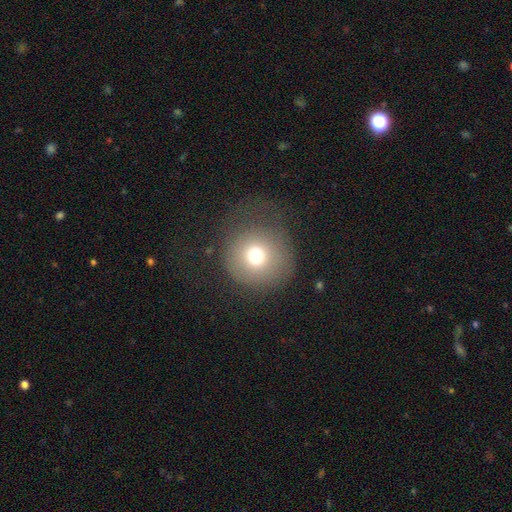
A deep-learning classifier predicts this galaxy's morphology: smooth-or-featured: smooth: 71% | star or artifact: 14% | featured or disk: 14%
  how-rounded: round: 94% | in between: 5% | cigar-shaped: 1%
  merging: none: 67% | major disturbance: 16% | minor disturbance: 15% | merger: 2%